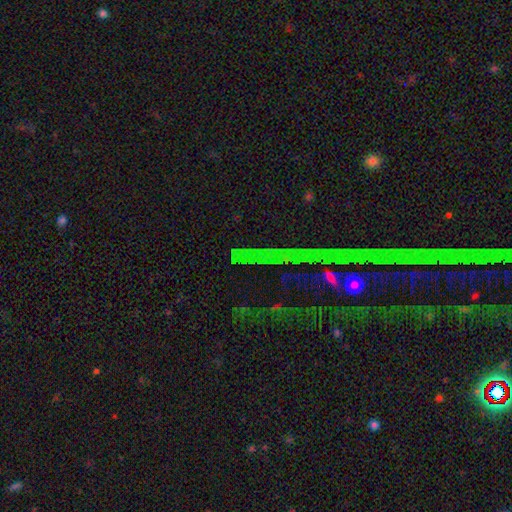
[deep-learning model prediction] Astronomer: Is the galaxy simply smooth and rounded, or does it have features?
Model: star or artifact — 69%.